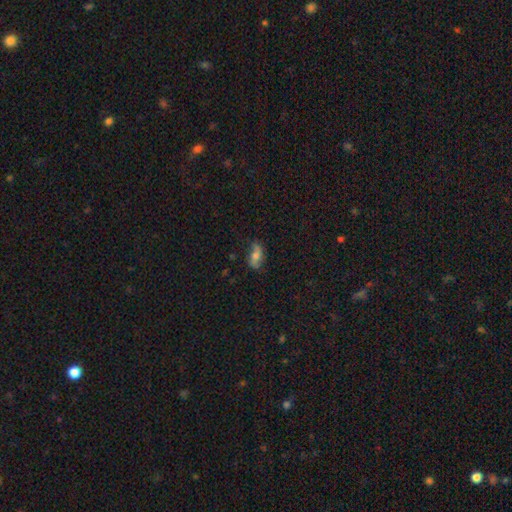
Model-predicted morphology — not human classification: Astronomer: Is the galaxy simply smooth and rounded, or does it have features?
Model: smooth — 50% (runner-up: featured or disk, 40%).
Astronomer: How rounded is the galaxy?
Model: in between — 85%.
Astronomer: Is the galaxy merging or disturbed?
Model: none — 67%.